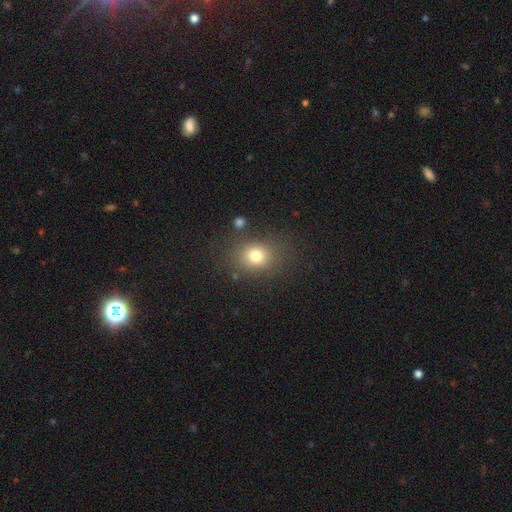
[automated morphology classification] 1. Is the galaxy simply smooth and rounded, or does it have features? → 77% smooth, 14% star or artifact, 9% featured or disk.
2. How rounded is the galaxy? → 59% round, 40% in between, 1% cigar-shaped.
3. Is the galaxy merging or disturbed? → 80% none, 11% minor disturbance, 5% major disturbance, 3% merger.